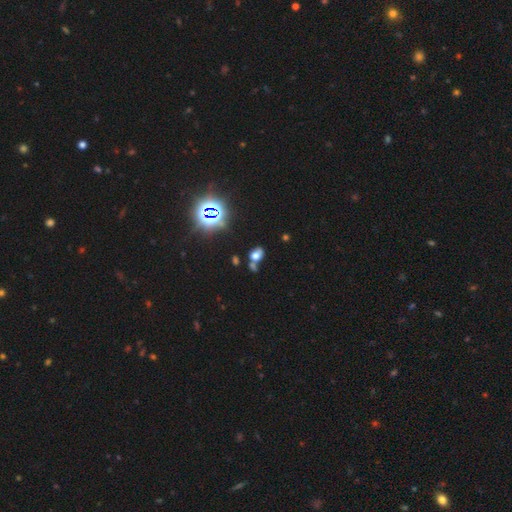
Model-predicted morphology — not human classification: A smooth galaxy with no disk features (57%) that is in between round and cigar-shaped (76%). Merging: none (40%).